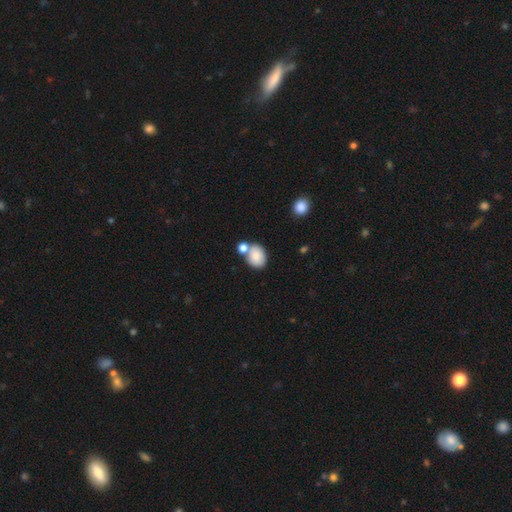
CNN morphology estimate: This appears to be a smooth galaxy with no disk features (83%) that is in between round and cigar-shaped (64%). Merging: none (50%).